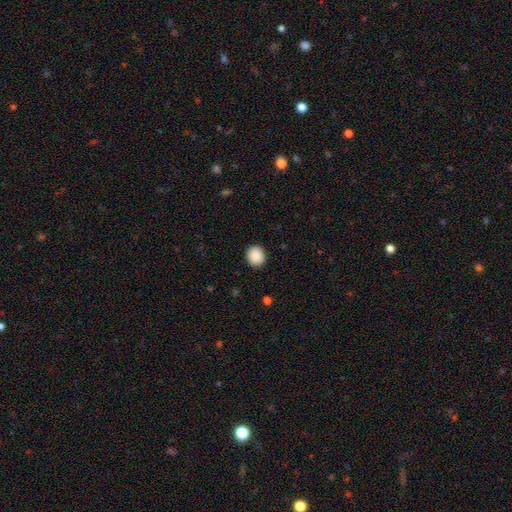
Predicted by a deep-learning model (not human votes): smooth_or_featured: smooth (p=0.88) [alt: star or artifact p=0.08]
how_rounded: round (p=0.81) [alt: in between p=0.18]
merging: none (p=0.91) [alt: minor disturbance p=0.06]